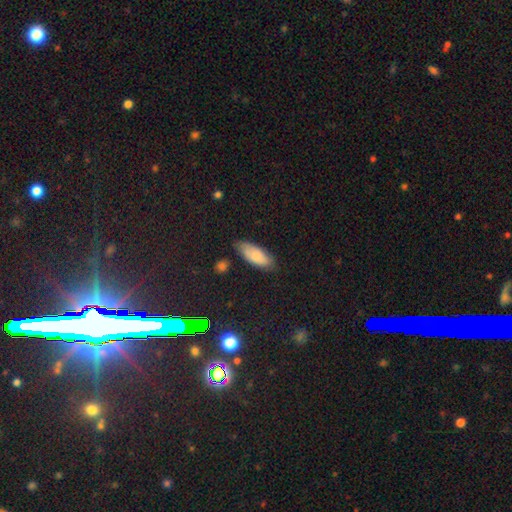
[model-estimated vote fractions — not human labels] Overall: smooth (79%). How rounded: in between (81%). Merging: none (70%).